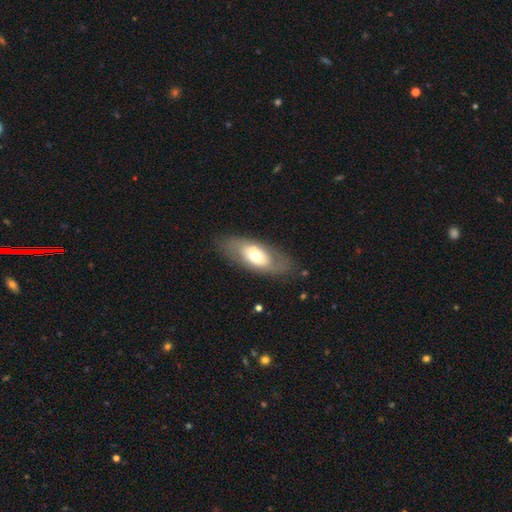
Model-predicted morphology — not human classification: smooth 47% (tied), featured or disk 47% (tied), star or artifact 6%. Down the decision tree: merging — none (75%).